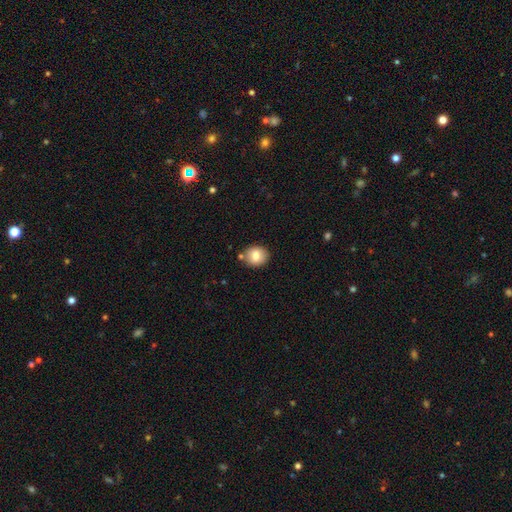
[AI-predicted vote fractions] Overall: smooth (80%). How rounded: round (73%). Merging: none (80%).